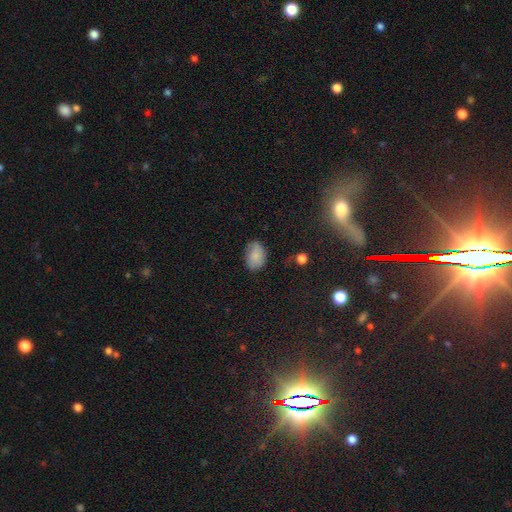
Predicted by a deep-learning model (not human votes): Q: Smooth or featured?
A: smooth (80%); runner-up: featured or disk (12%)
Q: How rounded?
A: in between (79%); runner-up: round (20%)
Q: Merging?
A: none (68%); runner-up: minor disturbance (24%)